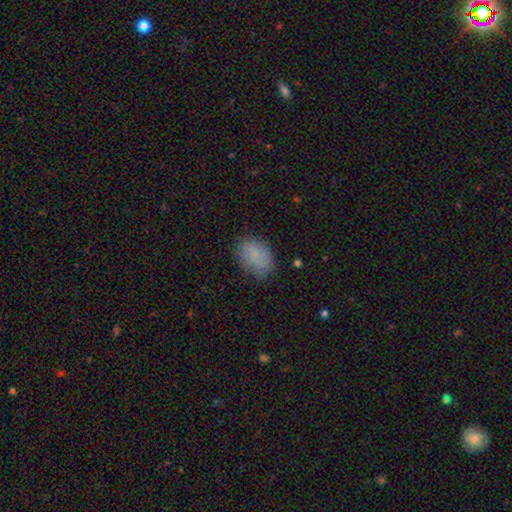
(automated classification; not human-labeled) A smooth galaxy with no disk features (82%) that is in between round and cigar-shaped (80%). Merging: none (79%).